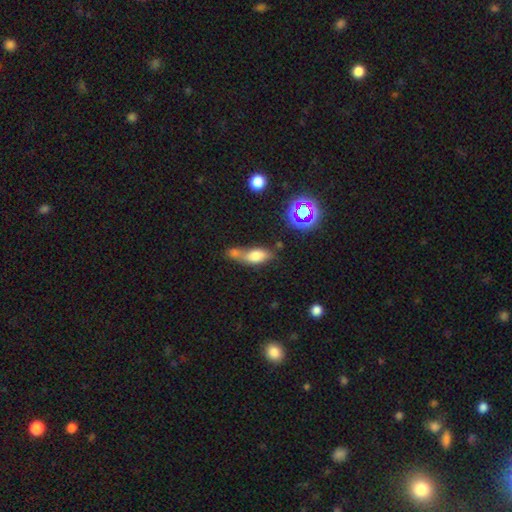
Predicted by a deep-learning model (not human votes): Smooth or featured? Predicted: smooth (p=0.68). How rounded? Predicted: in between (p=0.76). Merging? Predicted: merger (p=0.48).